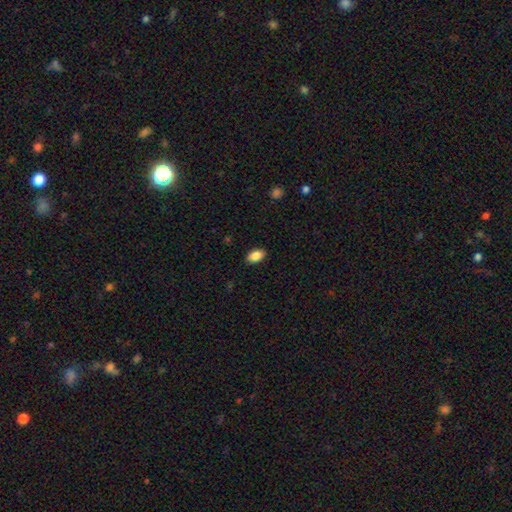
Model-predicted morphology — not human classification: A smooth galaxy with no disk features (88%) that is in between round and cigar-shaped (93%).

Vote fractions:
- Smooth or featured? smooth: 88% / star or artifact: 7% / featured or disk: 5%
- How rounded? in between: 93% / round: 5% / cigar-shaped: 2%
- Merging? none: 89% / minor disturbance: 9% / major disturbance: 2% / merger: 1%